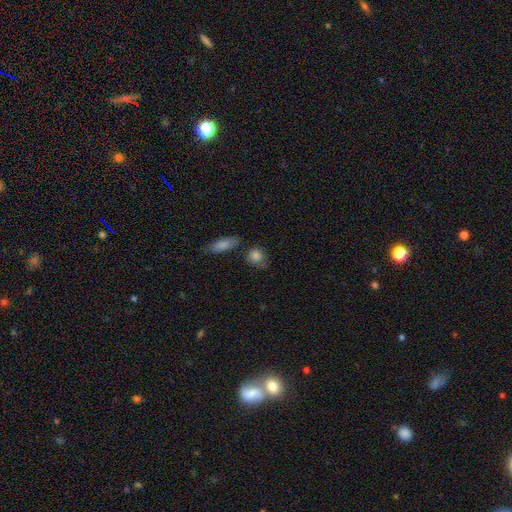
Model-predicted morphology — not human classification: smooth_or_featured: smooth (p=0.84) [alt: star or artifact p=0.08]
how_rounded: round (p=0.70) [alt: in between p=0.27]
merging: none (p=0.66) [alt: minor disturbance p=0.20]